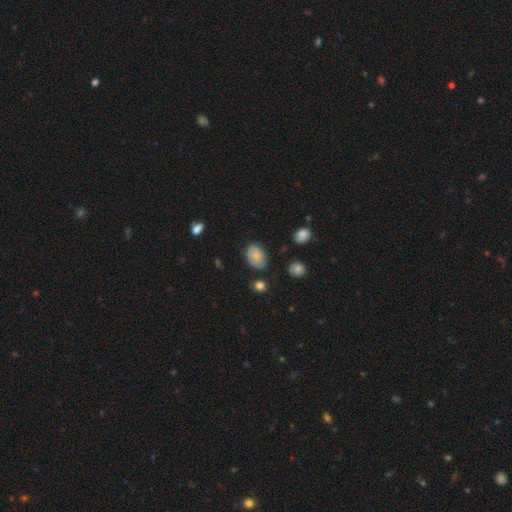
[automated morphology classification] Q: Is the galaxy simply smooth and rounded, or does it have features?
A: smooth — 71%.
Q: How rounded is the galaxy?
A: in between — 80%.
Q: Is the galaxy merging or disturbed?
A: none — 67%.